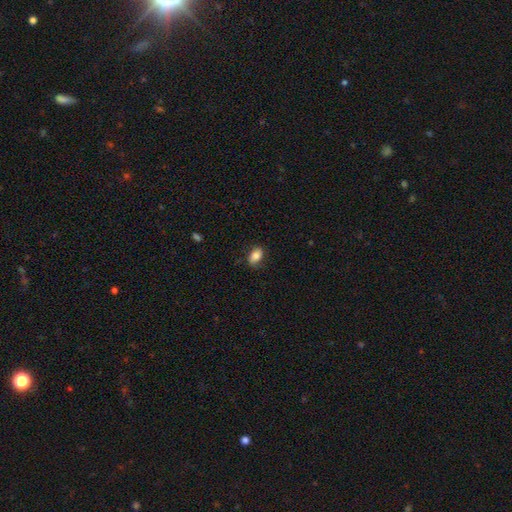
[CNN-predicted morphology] A smooth galaxy with no disk features (81%) that is in between round and cigar-shaped (87%). Merging: none (77%).